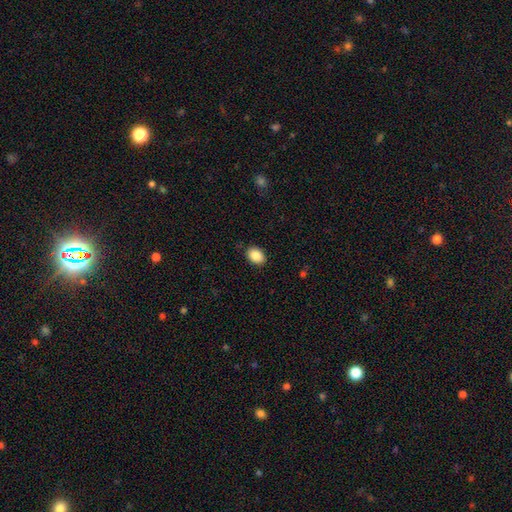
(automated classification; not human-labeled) Smooth or featured? Predicted: smooth (p=0.88). How rounded? Predicted: in between (p=0.76). Merging? Predicted: none (p=0.87).